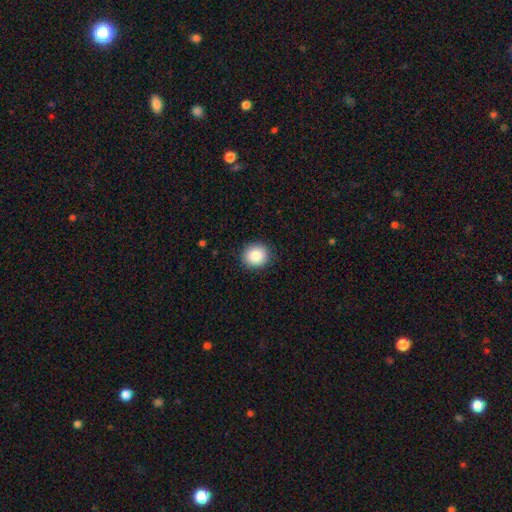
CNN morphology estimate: smooth_or_featured: smooth (p=0.88) [alt: star or artifact p=0.08]
how_rounded: round (p=0.86) [alt: in between p=0.13]
merging: none (p=0.90) [alt: minor disturbance p=0.07]